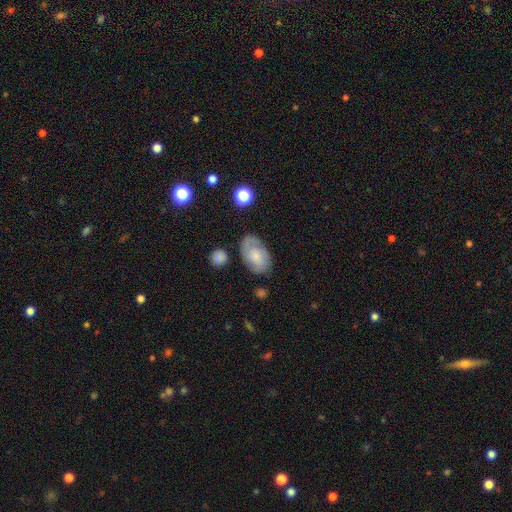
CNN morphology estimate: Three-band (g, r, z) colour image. It shows a smooth galaxy with no disk features (54%) that is in between round and cigar-shaped (91%). Merging: none (69%).